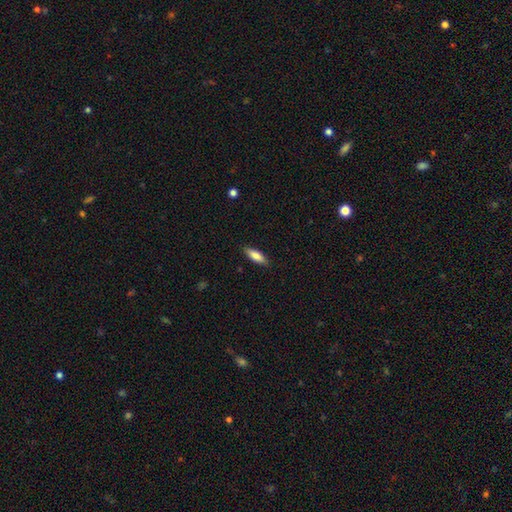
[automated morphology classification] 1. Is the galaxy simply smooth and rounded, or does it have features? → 82% smooth, 12% featured or disk, 6% star or artifact.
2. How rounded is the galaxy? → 58% in between, 40% cigar-shaped, 2% round.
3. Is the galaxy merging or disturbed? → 87% none, 10% minor disturbance, 2% major disturbance, 1% merger.